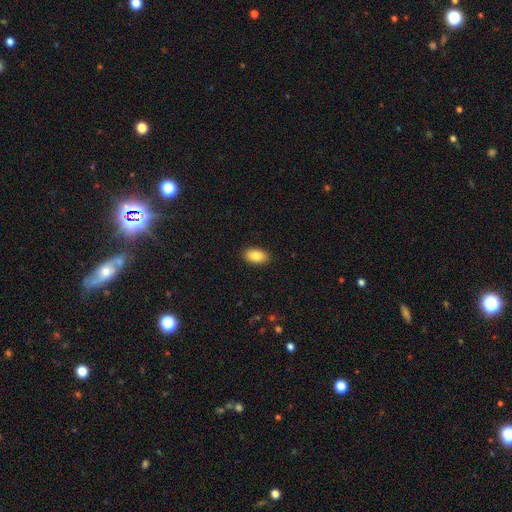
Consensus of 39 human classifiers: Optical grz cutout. It shows a smooth galaxy with no disk features (90%) that is in between round and cigar-shaped (89%). Merging: none (86%).